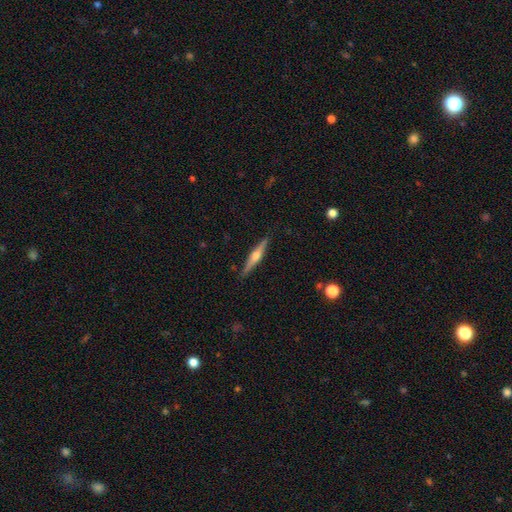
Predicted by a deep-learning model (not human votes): Smooth or featured: featured or disk — 69% (smooth — 25%)
Edge-on disk: yes — 98% (no — 2%)
Edge-on bulge: rounded — 92% (boxy — 5%)
Merging: none — 89% (minor disturbance — 8%)